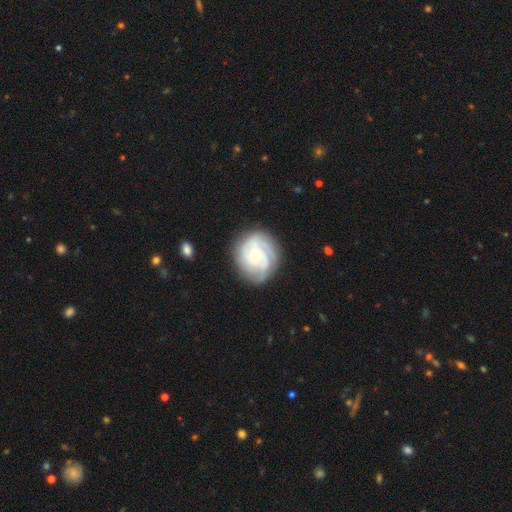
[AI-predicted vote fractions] A featured or disk galaxy (80%) with no bar (74%), 3 (34%) tight (67%) spiral arms (94%) and a moderate central bulge (50%).

Vote fractions:
- Smooth or featured? featured or disk: 80% / smooth: 14% / star or artifact: 6%
- Edge-on disk? no: 98% / yes: 2%
- Bar? no: 74% / weak: 22% / strong: 4%
- Spiral arms? yes: 94% / no: 6%
- Spiral winding? tight: 67% / medium: 27% / loose: 7%
- Spiral arm count? 3: 34% / can't tell: 26% / 2: 16% / 4: 13% / 1: 6% / more than 4: 6%
- Bulge size? moderate: 50% / small: 46% / large: 2% / none: 1% / dominant: 1%
- Merging? none: 79% / minor disturbance: 14% / major disturbance: 5% / merger: 1%